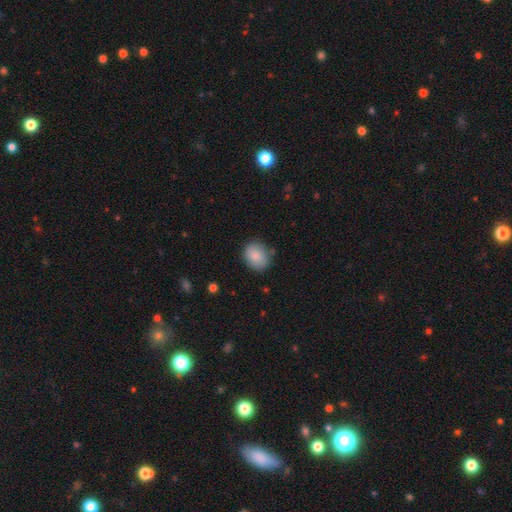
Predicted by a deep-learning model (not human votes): Morphology: type=smooth (84%); roundness=round (58%); merging=none (78%).